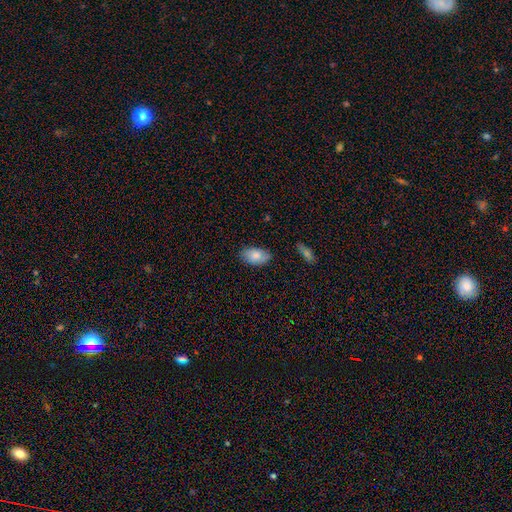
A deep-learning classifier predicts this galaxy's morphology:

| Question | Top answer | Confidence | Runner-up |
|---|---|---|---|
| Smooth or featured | smooth | 82% | featured or disk (11%) |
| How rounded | in between | 93% | round (6%) |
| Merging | none | 77% | minor disturbance (18%) |